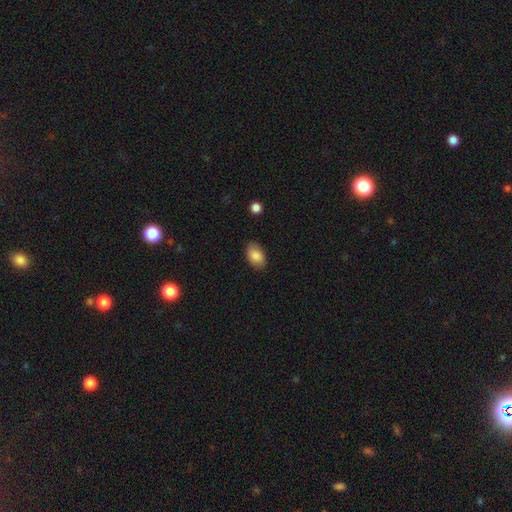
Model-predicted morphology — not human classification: Smooth or featured? smooth (87%)
How rounded? in between (88%)
Merging? none (82%)